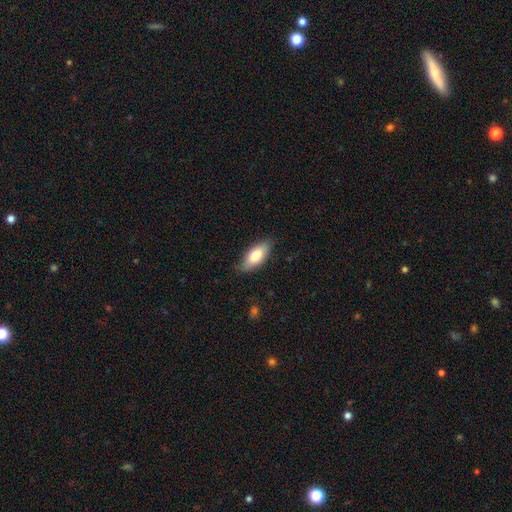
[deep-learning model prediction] smooth-or-featured: smooth: 75% | featured or disk: 19% | star or artifact: 6%
  how-rounded: in between: 84% | cigar-shaped: 14% | round: 2%
  merging: none: 82% | minor disturbance: 15% | major disturbance: 3% | merger: 1%